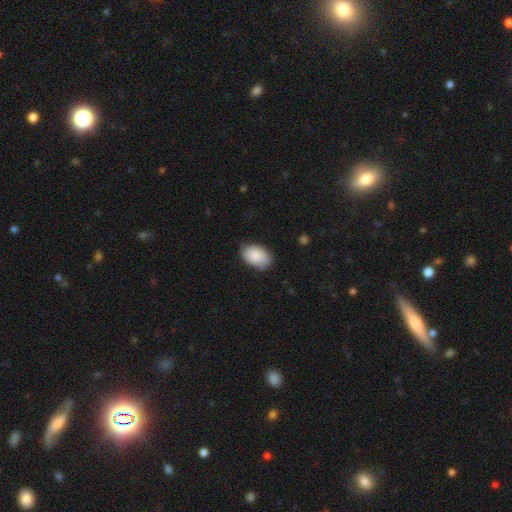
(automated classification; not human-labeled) A smooth galaxy with no disk features (86%) that is in between round and cigar-shaped (88%).

Vote fractions:
- Smooth or featured? smooth: 86% / featured or disk: 7% / star or artifact: 6%
- How rounded? in between: 88% / round: 11% / cigar-shaped: 1%
- Merging? none: 76% / minor disturbance: 19% / major disturbance: 3% / merger: 1%